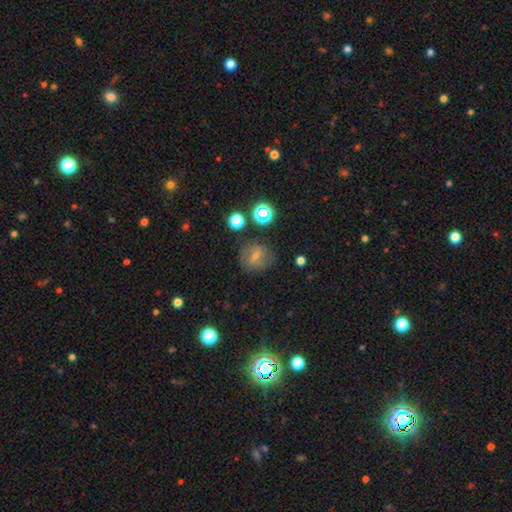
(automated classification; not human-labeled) Q: Smooth or featured?
A: smooth (43%); runner-up: featured or disk (30%)
Q: Merging?
A: none (79%); runner-up: minor disturbance (13%)